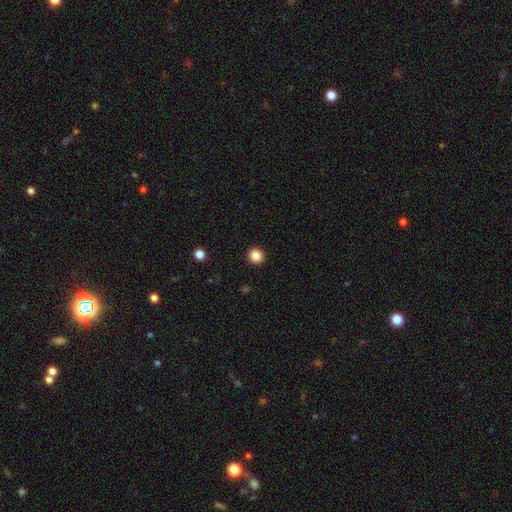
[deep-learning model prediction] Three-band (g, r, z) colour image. It shows a smooth galaxy with no disk features (86%) that is round (94%). Merging: none (93%).